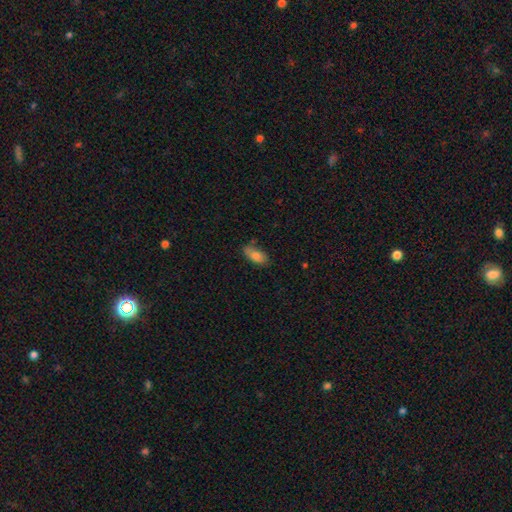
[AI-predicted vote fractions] Smooth or featured?
  - smooth: 81% *
  - featured or disk: 11%
  - star or artifact: 8%
How rounded?
  - in between: 87% *
  - cigar-shaped: 10%
  - round: 3%
Merging?
  - none: 66% *
  - minor disturbance: 23%
  - merger: 6%
  - major disturbance: 5%